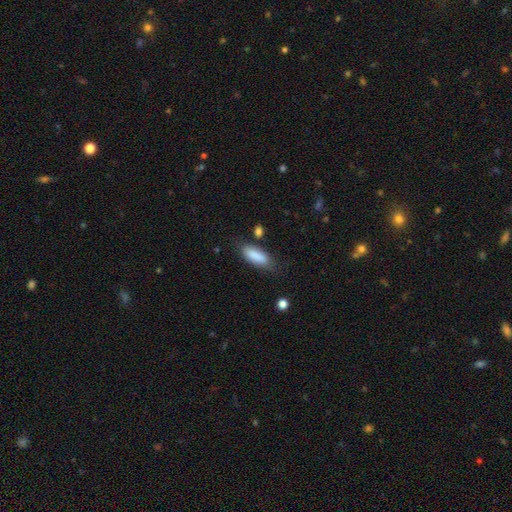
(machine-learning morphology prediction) Overall: smooth (86%). How rounded: in between (68%; cigar-shaped 30%). Merging: none (72%).